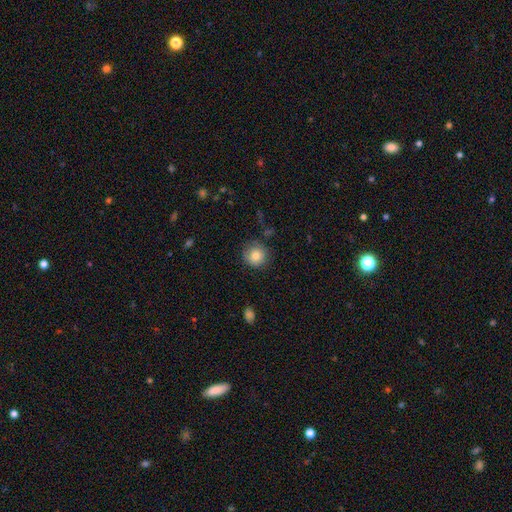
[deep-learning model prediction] The model was most divided on "merging": none: 83%, minor disturbance: 12%, major disturbance: 3%, merger: 2%. More confident: how rounded — round (93%); smooth or featured — smooth (81%).